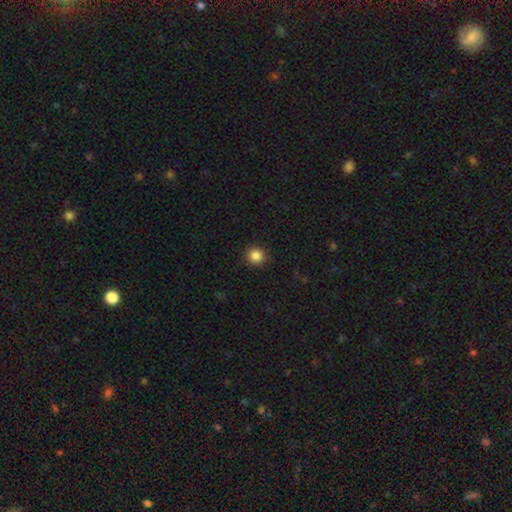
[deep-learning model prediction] Smooth or featured?
  - smooth: 86% *
  - star or artifact: 11%
  - featured or disk: 4%
How rounded?
  - round: 94% *
  - in between: 5%
  - cigar-shaped: 1%
Merging?
  - none: 92% *
  - minor disturbance: 5%
  - major disturbance: 2%
  - merger: 1%